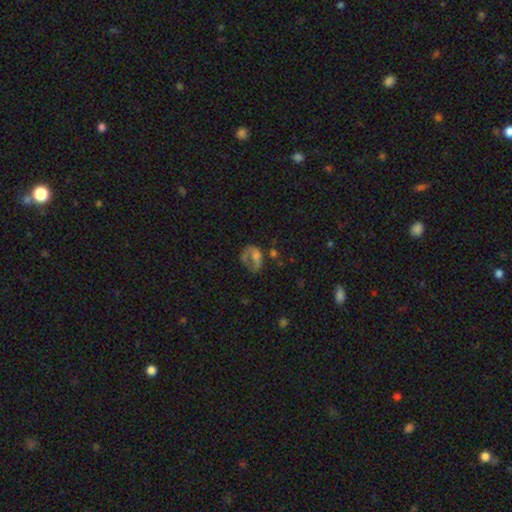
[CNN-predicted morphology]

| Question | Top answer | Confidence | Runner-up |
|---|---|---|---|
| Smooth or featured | smooth | 46% | featured or disk (37%) |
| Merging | major disturbance | 42% | none (29%) |